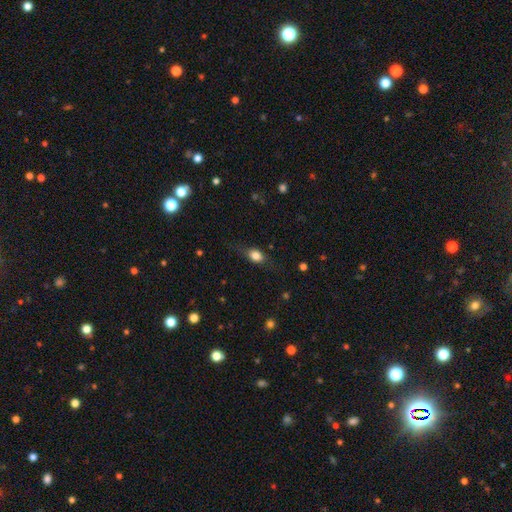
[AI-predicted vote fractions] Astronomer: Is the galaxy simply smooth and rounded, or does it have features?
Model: smooth — 77%.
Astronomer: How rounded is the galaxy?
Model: in between — 73%.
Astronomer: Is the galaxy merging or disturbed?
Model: none — 70%.